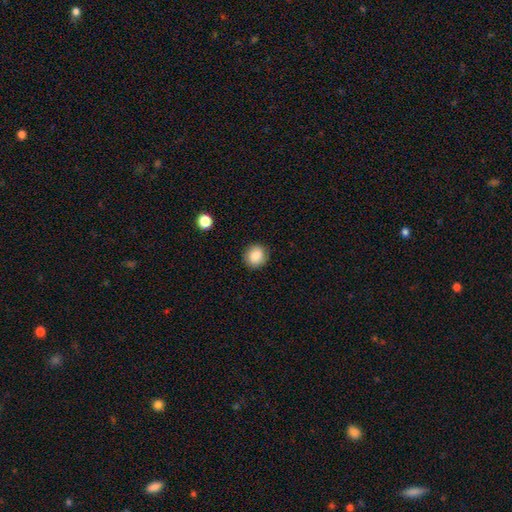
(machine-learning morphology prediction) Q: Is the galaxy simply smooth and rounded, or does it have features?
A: smooth — 87%.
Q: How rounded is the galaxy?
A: round — 86%.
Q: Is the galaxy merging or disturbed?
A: none — 88%.